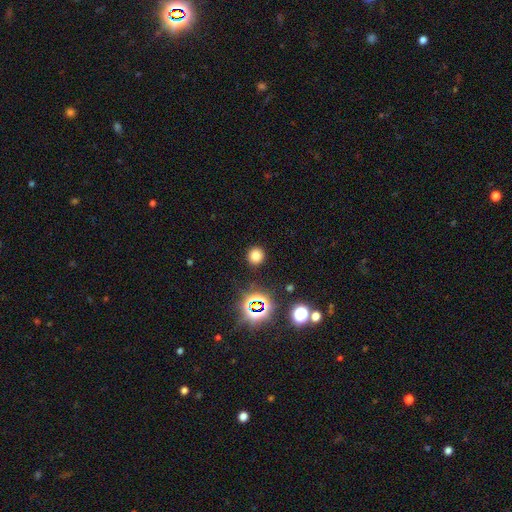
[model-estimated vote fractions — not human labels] smooth-or-featured: smooth: 73% | star or artifact: 21% | featured or disk: 6%
  how-rounded: round: 91% | in between: 8% | cigar-shaped: 1%
  merging: none: 89% | minor disturbance: 6% | major disturbance: 3% | merger: 2%